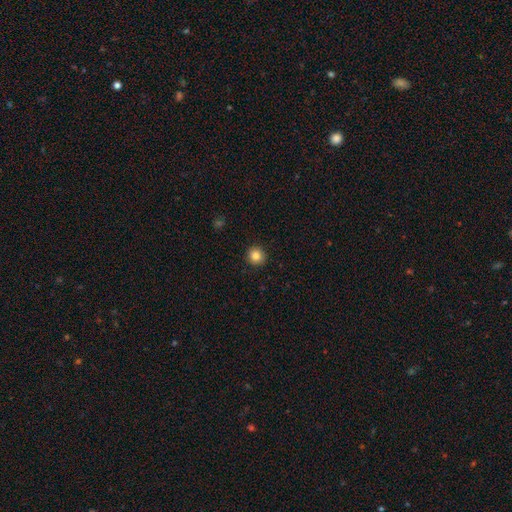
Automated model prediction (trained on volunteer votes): smooth_or_featured: smooth (p=0.84) [alt: star or artifact p=0.11]
how_rounded: round (p=0.94) [alt: in between p=0.05]
merging: none (p=0.93) [alt: minor disturbance p=0.05]